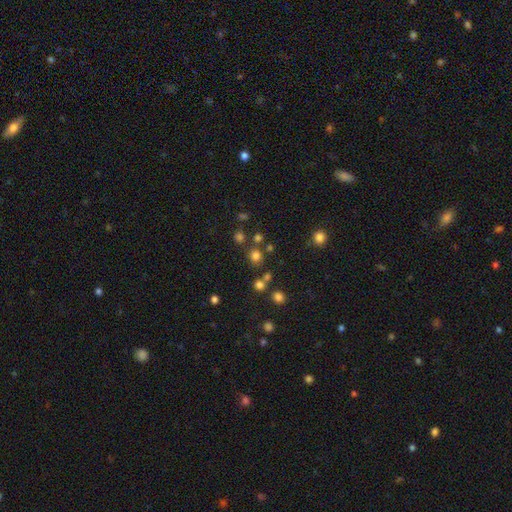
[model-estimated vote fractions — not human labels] A smooth galaxy with no disk features (71%) that is round (85%).

Vote fractions:
- Smooth or featured? smooth: 71% / star or artifact: 22% / featured or disk: 7%
- How rounded? round: 85% / in between: 14% / cigar-shaped: 1%
- Merging? none: 74% / merger: 13% / minor disturbance: 9% / major disturbance: 4%